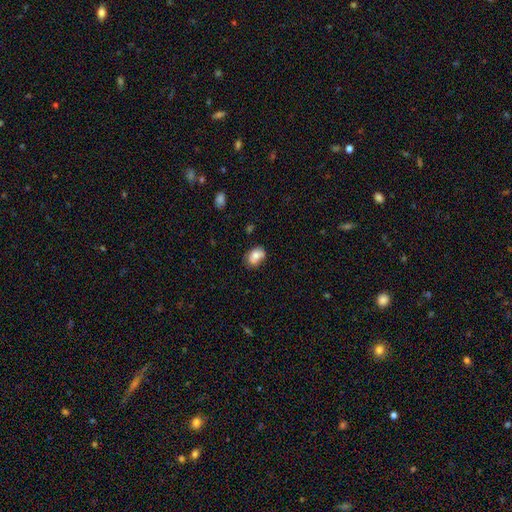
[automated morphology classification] Smooth or featured: smooth — 75% (featured or disk — 16%)
How rounded: in between — 75% (round — 24%)
Merging: none — 58% (minor disturbance — 26%)